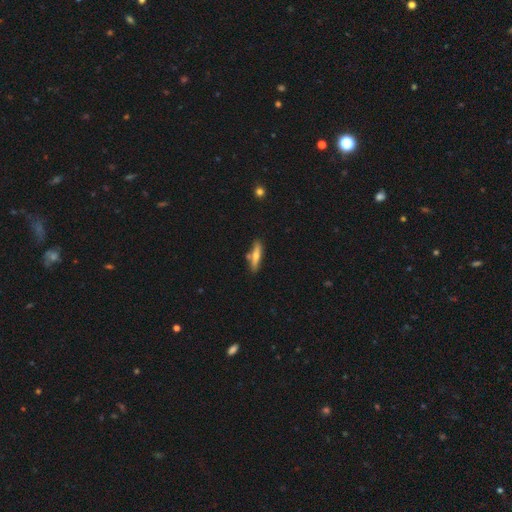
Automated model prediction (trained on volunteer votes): Overall: smooth (50%; featured or disk 43%). How rounded: cigar-shaped (76%). Merging: none (75%).